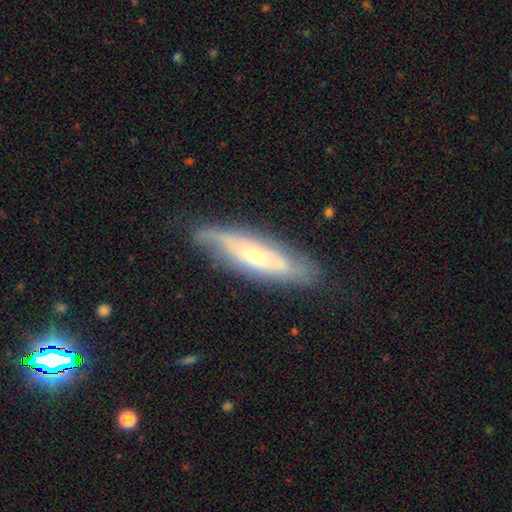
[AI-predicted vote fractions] Smooth or featured? Predicted: featured or disk (p=0.63). Edge-on disk? Predicted: no (p=0.61). Merging? Predicted: none (p=0.73).